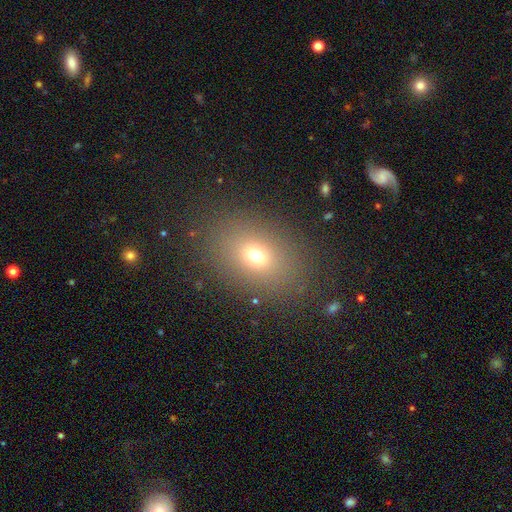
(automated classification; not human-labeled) smooth 69%, star or artifact 18%, featured or disk 13%. Down the decision tree: how rounded — in between (65%); merging — none (84%).